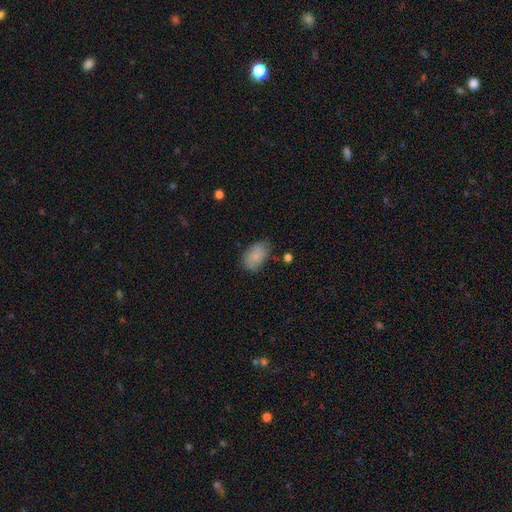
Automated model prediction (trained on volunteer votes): Smooth or featured?
  - smooth: 81% *
  - featured or disk: 11%
  - star or artifact: 8%
How rounded?
  - in between: 89% *
  - round: 9%
  - cigar-shaped: 1%
Merging?
  - none: 68% *
  - minor disturbance: 23%
  - major disturbance: 6%
  - merger: 3%